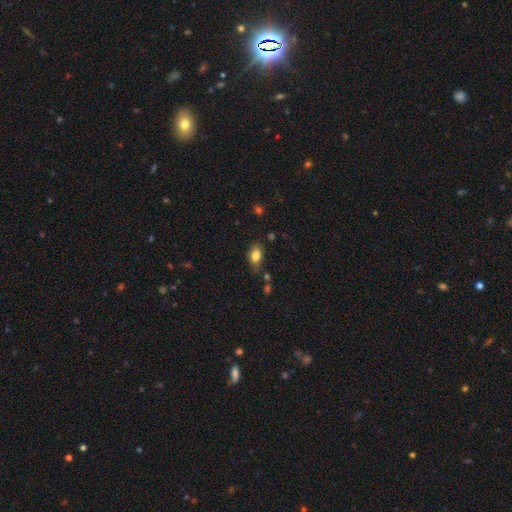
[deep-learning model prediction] A smooth galaxy with no disk features (81%) that is in between round and cigar-shaped (83%).

Vote fractions:
- Smooth or featured? smooth: 81% / featured or disk: 10% / star or artifact: 9%
- How rounded? in between: 83% / round: 14% / cigar-shaped: 3%
- Merging? none: 71% / minor disturbance: 21% / major disturbance: 5% / merger: 4%